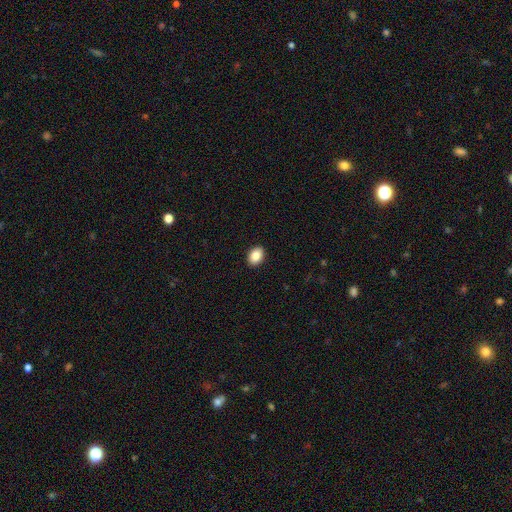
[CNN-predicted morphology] smooth_or_featured: smooth (p=0.87) [alt: star or artifact p=0.08]
how_rounded: in between (p=0.79) [alt: round p=0.20]
merging: none (p=0.91) [alt: minor disturbance p=0.06]